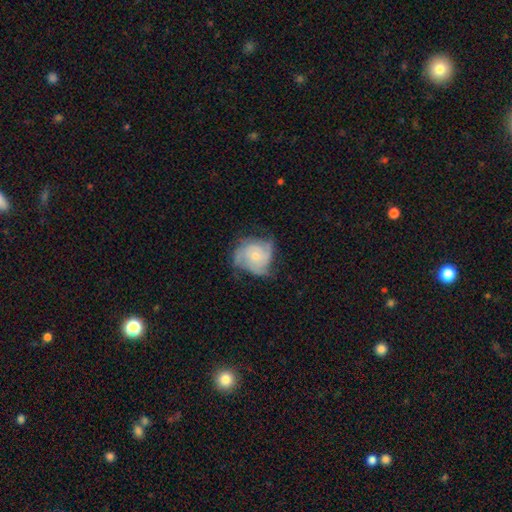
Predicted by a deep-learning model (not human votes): Overall: featured or disk (68%). Edge-on disk: no (98%). Bar: no (80%). Spiral arms: yes (88%). Spiral arm count: 3 (36%; can't tell 25%). Spiral winding: tight (48%; medium 37%). Bulge size: small (61%; moderate 31%). Merging: none (50%; minor disturbance 31%).